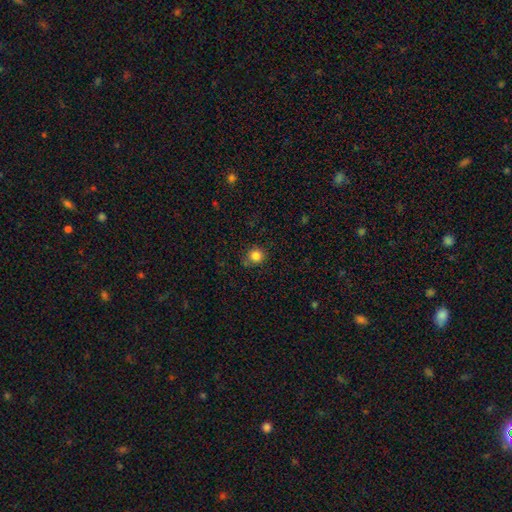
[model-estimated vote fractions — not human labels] A smooth galaxy with no disk features (84%) that is round (88%). Merging: none (80%).